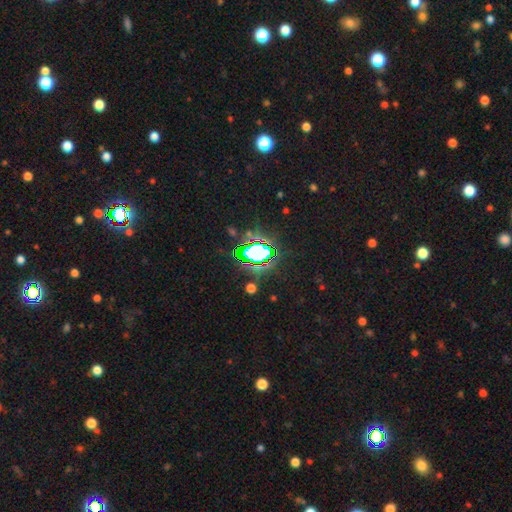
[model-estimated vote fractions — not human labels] smooth_or_featured: star or artifact (p=0.67) [alt: smooth p=0.20]